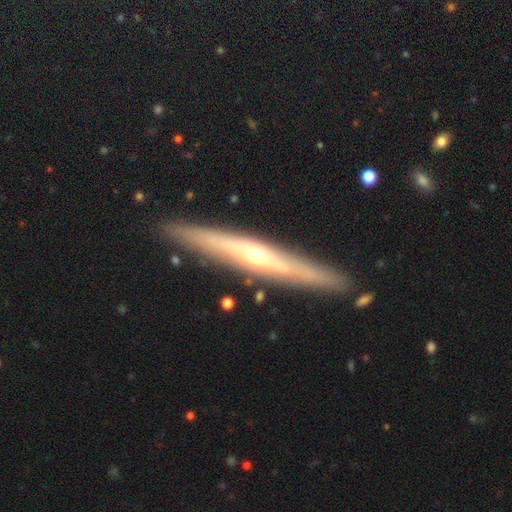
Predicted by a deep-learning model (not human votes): Morphology: type=featured or disk (66%); edge-on=yes (91%); edge-on bulge=rounded (83%); merging=none (87%).